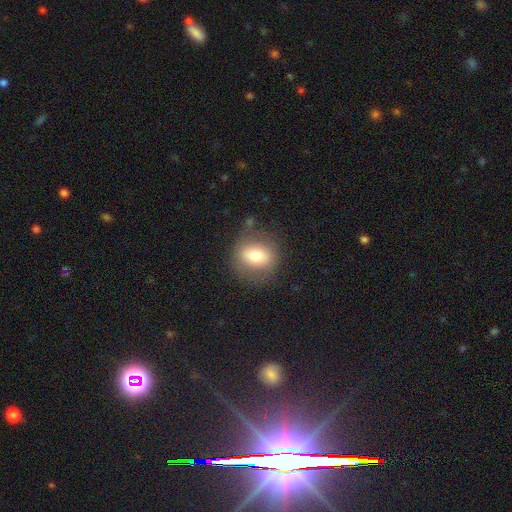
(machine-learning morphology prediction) The model was most divided on "how rounded": round: 66%, in between: 32%, cigar-shaped: 2%. More confident: merging — none (78%); smooth or featured — smooth (66%).